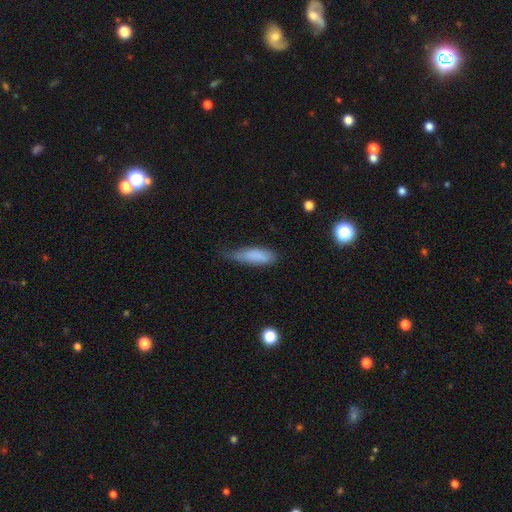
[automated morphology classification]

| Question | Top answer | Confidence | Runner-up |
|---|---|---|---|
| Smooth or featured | smooth | 82% | featured or disk (11%) |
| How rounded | in between | 53% | cigar-shaped (45%) |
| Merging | minor disturbance | 45% | none (39%) |